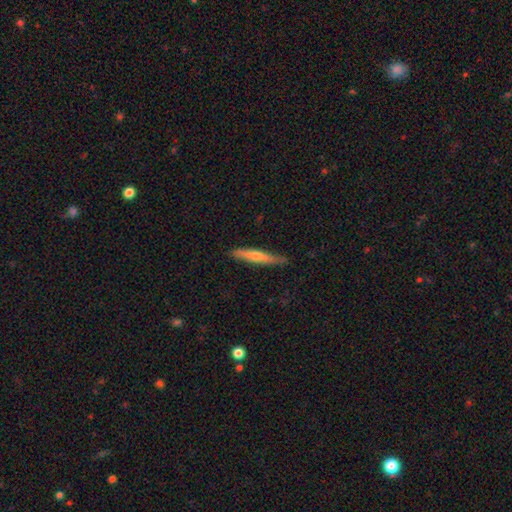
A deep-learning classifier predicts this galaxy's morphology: The model was most divided on "smooth or featured": smooth: 50%, featured or disk: 44%, star or artifact: 6%. More confident: merging — none (84%).